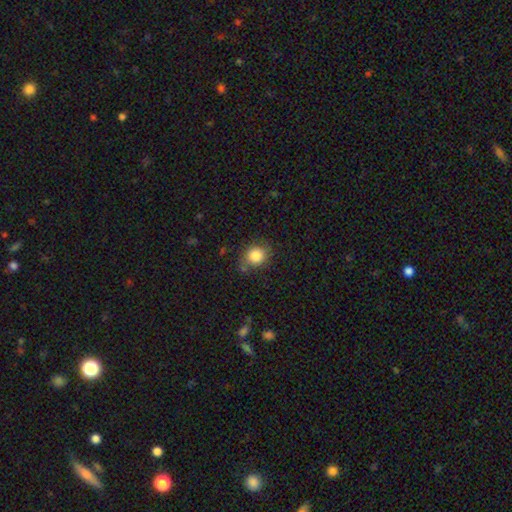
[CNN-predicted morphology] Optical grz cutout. It shows a smooth galaxy with no disk features (84%) that is round (75%). Merging: none (74%).